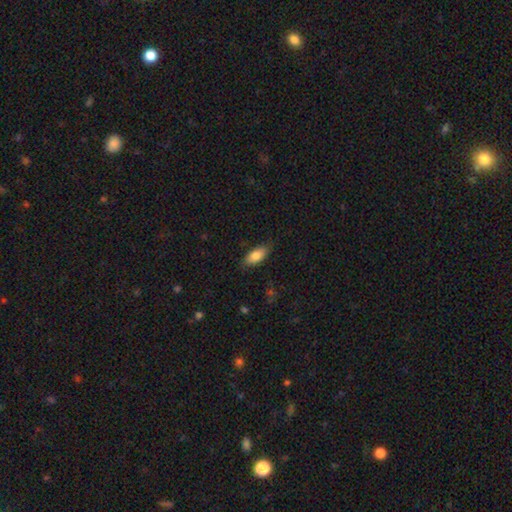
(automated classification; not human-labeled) Q: Smooth or featured?
A: smooth (82%); runner-up: featured or disk (11%)
Q: How rounded?
A: in between (83%); runner-up: cigar-shaped (15%)
Q: Merging?
A: none (82%); runner-up: minor disturbance (14%)